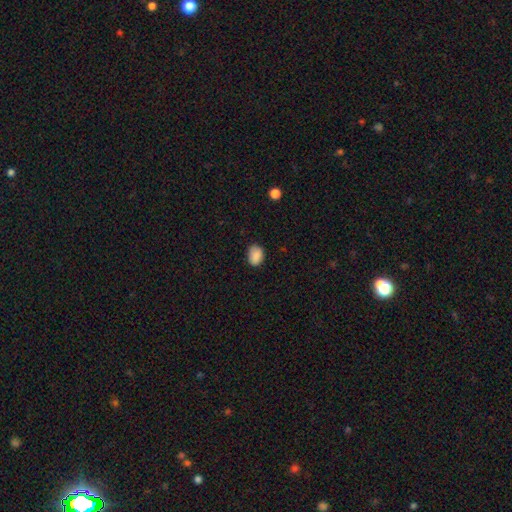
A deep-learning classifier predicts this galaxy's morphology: smooth 88%, star or artifact 8%, featured or disk 4%. Down the decision tree: how rounded — in between (77%); merging — none (80%).